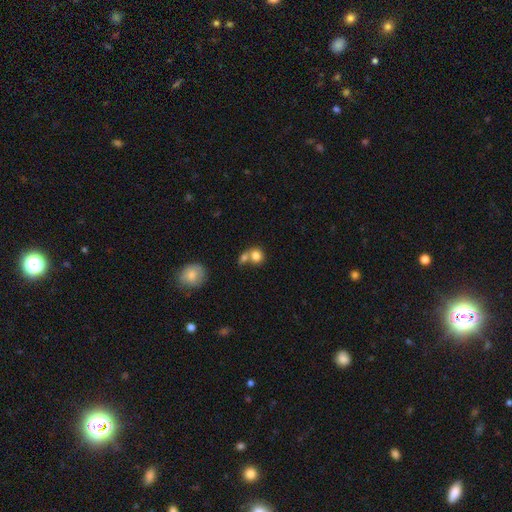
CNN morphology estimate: Smooth or featured: smooth — 81% (featured or disk — 10%)
How rounded: round — 76% (in between — 23%)
Merging: merger — 49% (none — 38%)